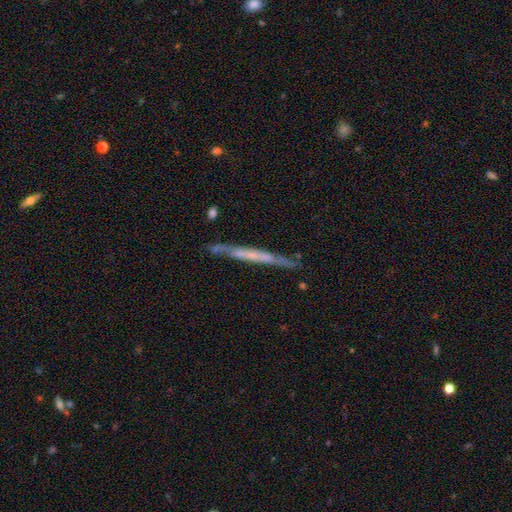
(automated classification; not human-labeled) Smooth or featured?
  - featured or disk: 63% *
  - smooth: 31%
  - star or artifact: 6%
Edge-on disk?
  - yes: 90% *
  - no: 10%
Edge-on bulge?
  - none: 78% *
  - rounded: 12%
  - boxy: 11%
Merging?
  - none: 76% *
  - minor disturbance: 17%
  - major disturbance: 4%
  - merger: 3%